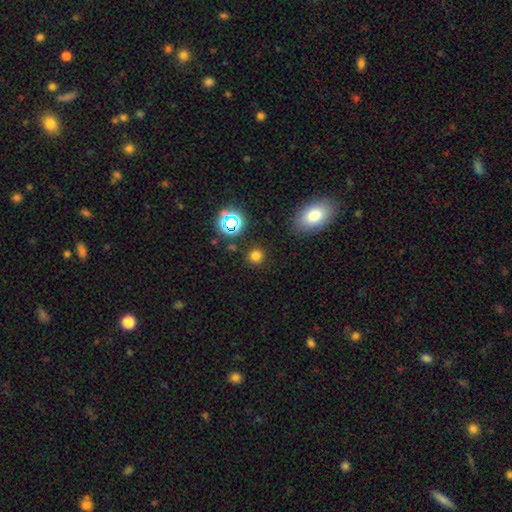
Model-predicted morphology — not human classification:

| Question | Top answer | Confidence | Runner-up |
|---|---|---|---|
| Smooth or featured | smooth | 75% | star or artifact (20%) |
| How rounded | round | 91% | in between (8%) |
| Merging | none | 88% | minor disturbance (7%) |